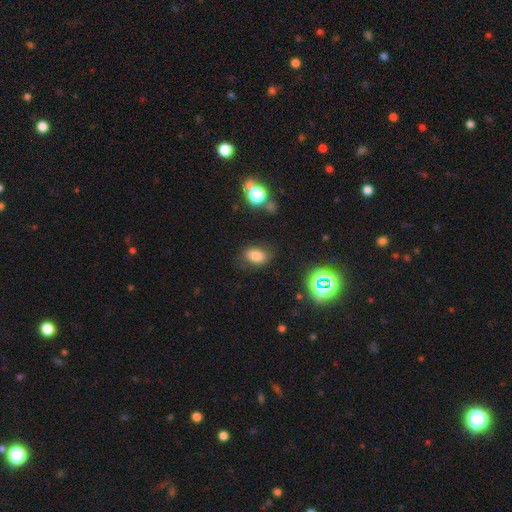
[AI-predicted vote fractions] The model was most divided on "merging": none: 75%, minor disturbance: 17%, major disturbance: 6%, merger: 2%. More confident: how rounded — in between (80%); smooth or featured — smooth (76%).